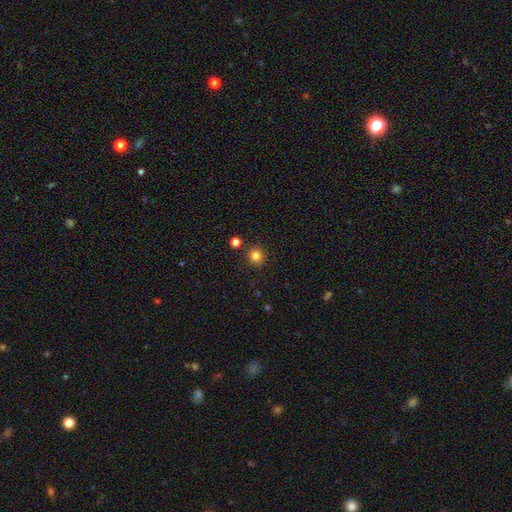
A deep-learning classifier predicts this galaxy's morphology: Smooth or featured?
  - smooth: 82% *
  - star or artifact: 13%
  - featured or disk: 5%
How rounded?
  - round: 94% *
  - in between: 5%
  - cigar-shaped: 1%
Merging?
  - none: 88% *
  - minor disturbance: 6%
  - merger: 4%
  - major disturbance: 2%